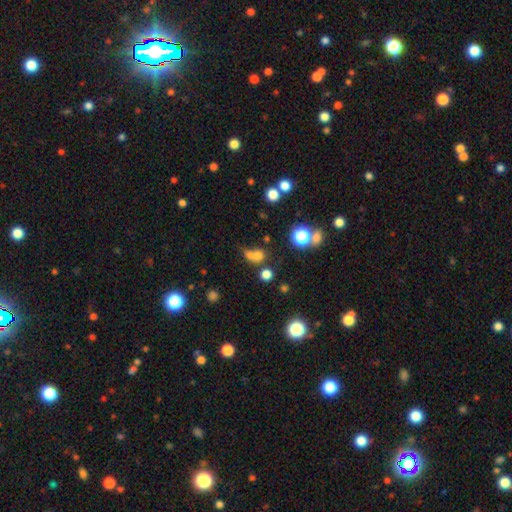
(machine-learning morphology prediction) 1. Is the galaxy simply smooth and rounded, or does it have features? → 67% smooth, 21% star or artifact, 12% featured or disk.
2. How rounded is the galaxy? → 74% round, 25% in between, 2% cigar-shaped.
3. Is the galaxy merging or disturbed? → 48% merger, 36% none, 9% minor disturbance, 7% major disturbance.